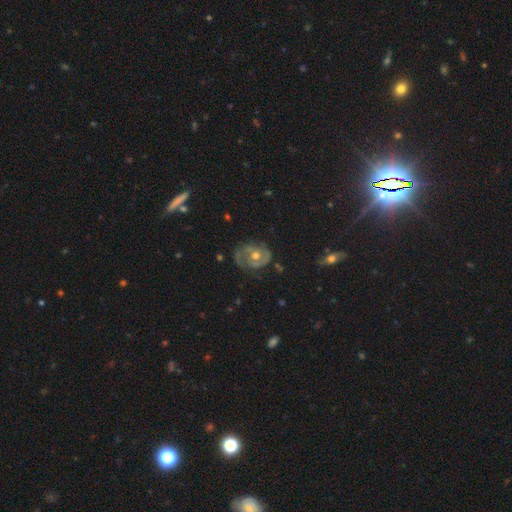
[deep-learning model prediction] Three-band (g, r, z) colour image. It shows a featured or disk galaxy (80%) with no bar (69%), 2 (73%) medium (44%) spiral arms (87%) and a moderate central bulge (76%). Merging: none (71%).